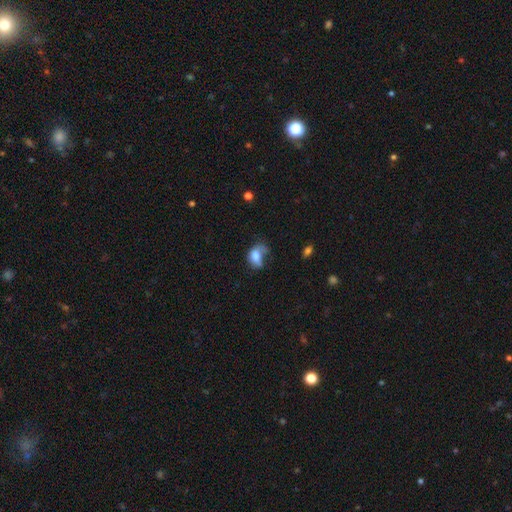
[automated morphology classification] This appears to be a smooth galaxy with no disk features (70%) that is in between round and cigar-shaped (78%). Merging: major disturbance (42%).